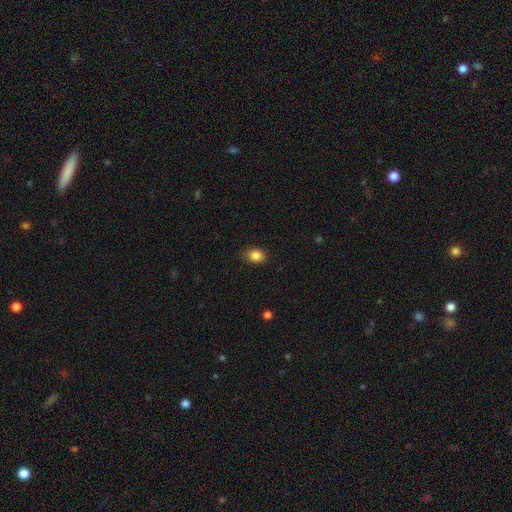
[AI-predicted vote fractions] This is clearly a smooth galaxy (86%). How rounded: likely in between (67%). Merging: clearly none (84%).